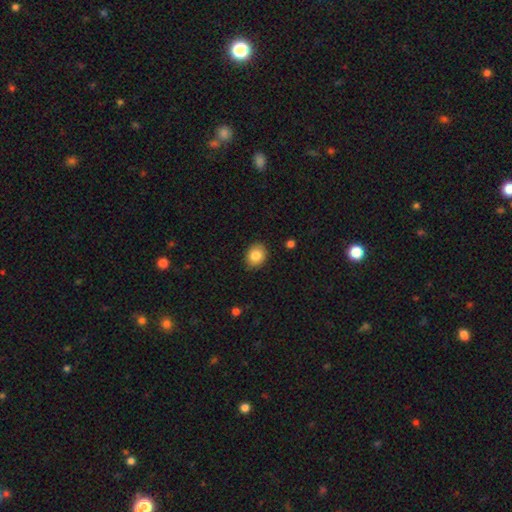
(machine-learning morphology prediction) Smooth or featured? Predicted: smooth (p=0.84). How rounded? Predicted: round (p=0.56). Merging? Predicted: none (p=0.86).